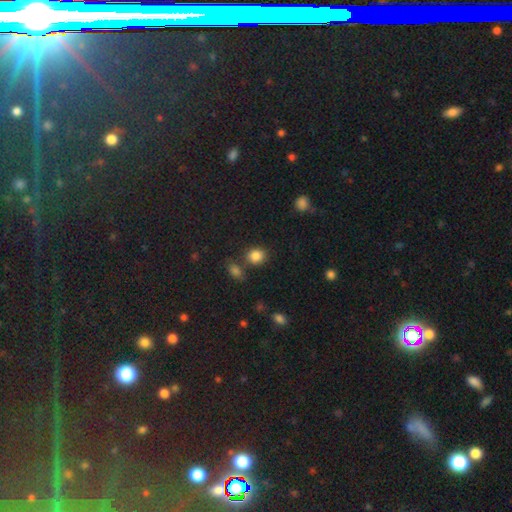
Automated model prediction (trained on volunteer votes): Smooth or featured?
  - smooth: 84% *
  - star or artifact: 11%
  - featured or disk: 5%
How rounded?
  - round: 66% *
  - in between: 32%
  - cigar-shaped: 1%
Merging?
  - none: 71% *
  - merger: 13%
  - minor disturbance: 12%
  - major disturbance: 4%